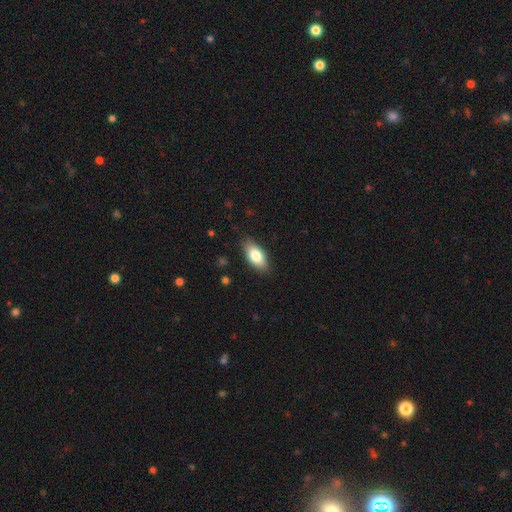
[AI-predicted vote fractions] Smooth or featured? Predicted: smooth (p=0.80). How rounded? Predicted: in between (p=0.89). Merging? Predicted: none (p=0.85).